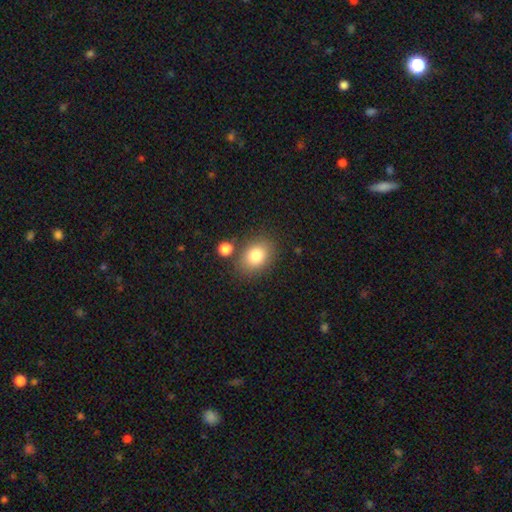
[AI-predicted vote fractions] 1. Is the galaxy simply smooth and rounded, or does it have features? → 81% smooth, 10% star or artifact, 9% featured or disk.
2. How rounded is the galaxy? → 63% in between, 36% round, 1% cigar-shaped.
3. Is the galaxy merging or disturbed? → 77% none, 12% minor disturbance, 8% merger, 4% major disturbance.